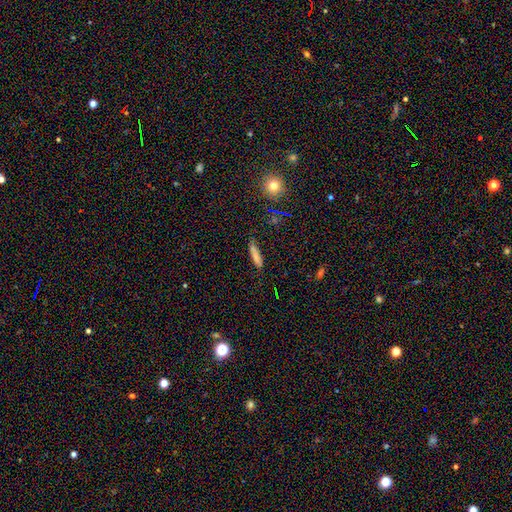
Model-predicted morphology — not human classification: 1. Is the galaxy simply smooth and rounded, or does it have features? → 75% smooth, 13% featured or disk, 12% star or artifact.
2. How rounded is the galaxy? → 74% cigar-shaped, 24% in between, 2% round.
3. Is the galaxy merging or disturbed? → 74% none, 19% minor disturbance, 4% major disturbance, 3% merger.